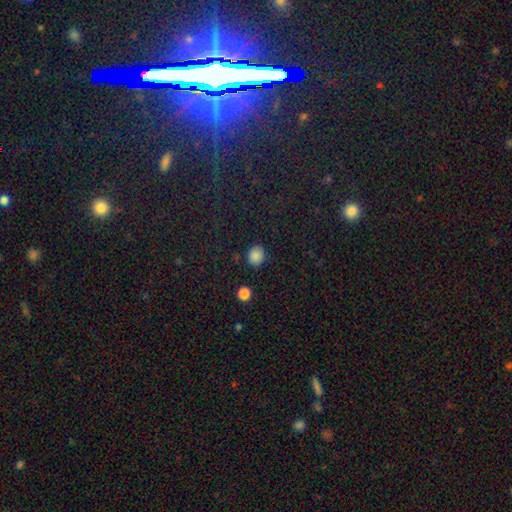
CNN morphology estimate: Smooth or featured: smooth — 86% (star or artifact — 10%)
How rounded: round — 68% (in between — 31%)
Merging: none — 86% (minor disturbance — 10%)